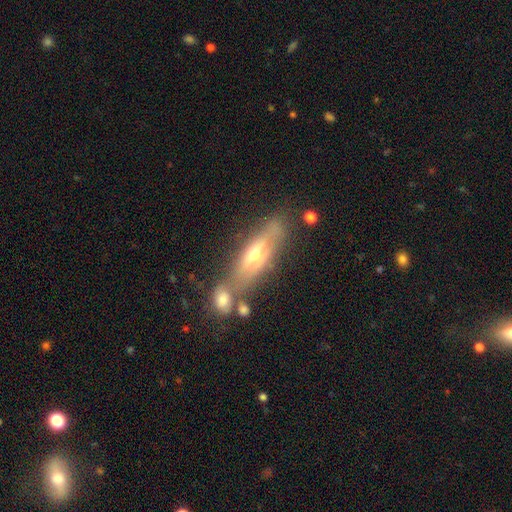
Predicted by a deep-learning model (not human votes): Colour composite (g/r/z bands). It shows a featured or disk galaxy (58%) viewed edge-on (58%). Merging: none (55%).